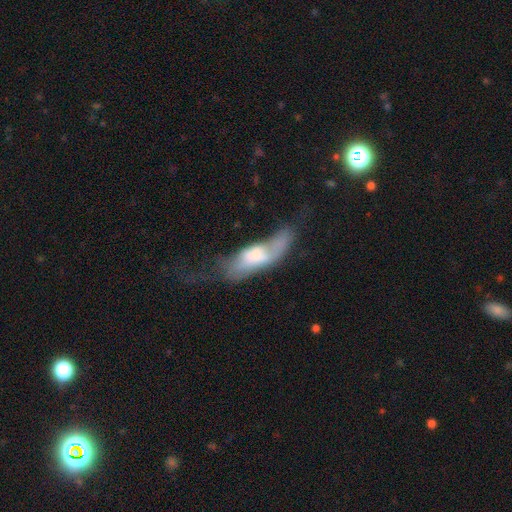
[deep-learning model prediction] Smooth or featured? Predicted: smooth (p=0.51). How rounded? Predicted: in between (p=0.66). Merging? Predicted: major disturbance (p=0.41).